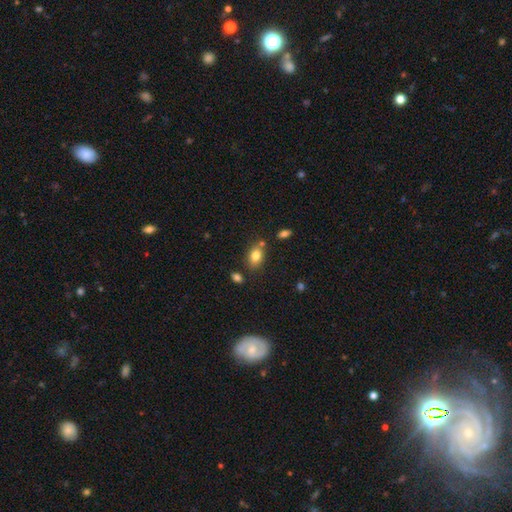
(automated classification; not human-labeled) Q: Smooth or featured?
A: smooth (82%); runner-up: featured or disk (9%)
Q: How rounded?
A: in between (80%); runner-up: round (19%)
Q: Merging?
A: none (70%); runner-up: minor disturbance (14%)